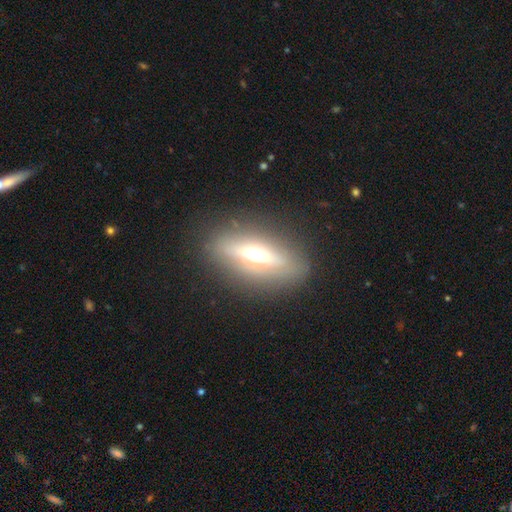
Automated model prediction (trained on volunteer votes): smooth_or_featured: featured or disk (p=0.58) [alt: smooth p=0.32]
disk_edge_on: yes (p=0.79) [alt: no p=0.21]
merging: none (p=0.83) [alt: minor disturbance p=0.11]